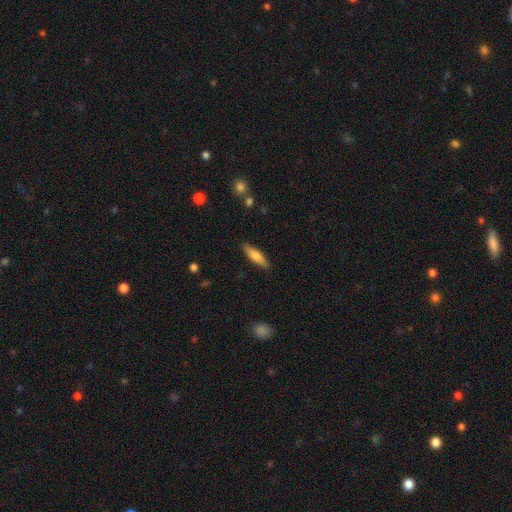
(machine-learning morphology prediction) type=smooth (68%); roundness=cigar-shaped (63%); merging=none (88%).